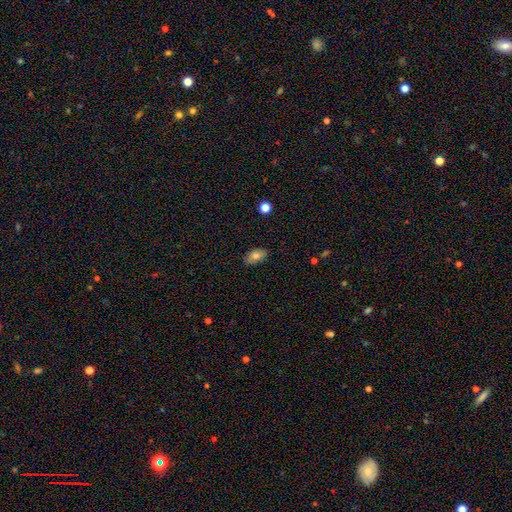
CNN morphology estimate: Q: Smooth or featured?
A: smooth (78%); runner-up: featured or disk (14%)
Q: How rounded?
A: in between (92%); runner-up: round (5%)
Q: Merging?
A: none (82%); runner-up: minor disturbance (14%)